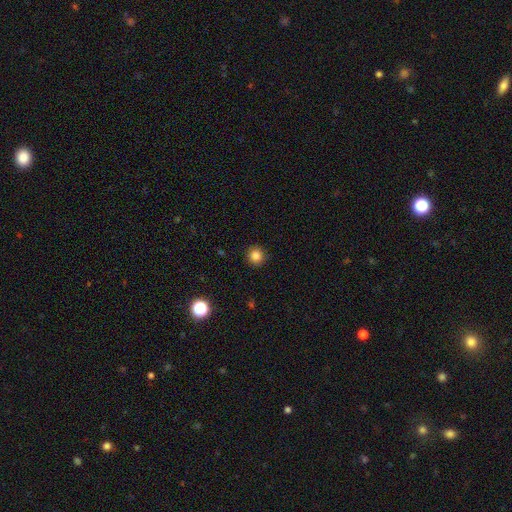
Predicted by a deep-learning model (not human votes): smooth_or_featured: smooth (p=0.84) [alt: star or artifact p=0.12]
how_rounded: round (p=0.94) [alt: in between p=0.05]
merging: none (p=0.91) [alt: minor disturbance p=0.06]